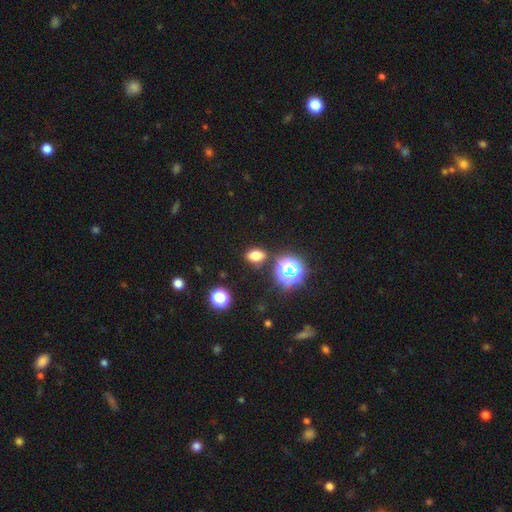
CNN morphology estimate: Smooth or featured?
  - smooth: 70% *
  - star or artifact: 22%
  - featured or disk: 8%
How rounded?
  - in between: 75% *
  - round: 22%
  - cigar-shaped: 3%
Merging?
  - none: 83% *
  - minor disturbance: 9%
  - merger: 5%
  - major disturbance: 3%